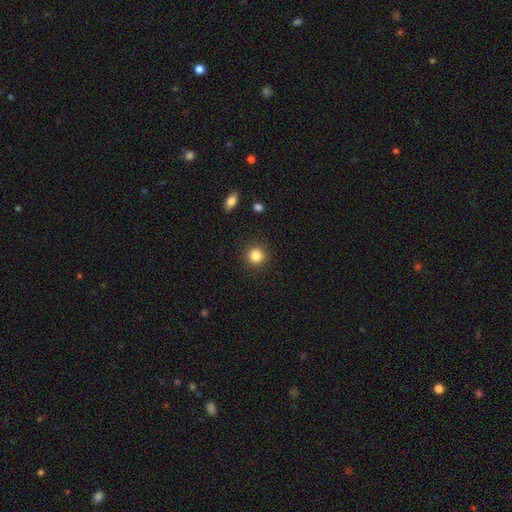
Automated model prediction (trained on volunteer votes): Smooth or featured: smooth — 84% (star or artifact — 11%)
How rounded: round — 92% (in between — 7%)
Merging: none — 91% (minor disturbance — 6%)